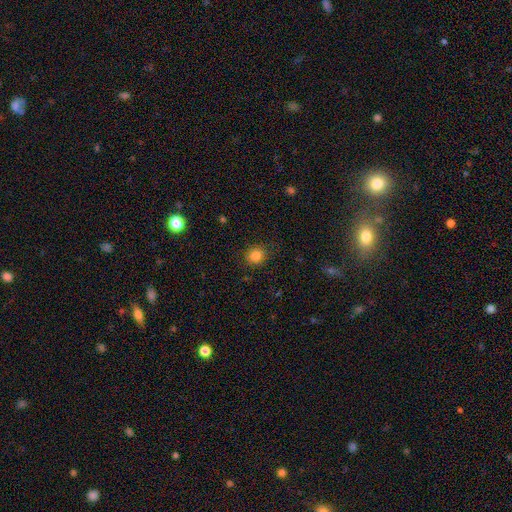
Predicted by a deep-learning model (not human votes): This appears to be a smooth galaxy with no disk features (83%) that is round (86%). Merging: none (88%).